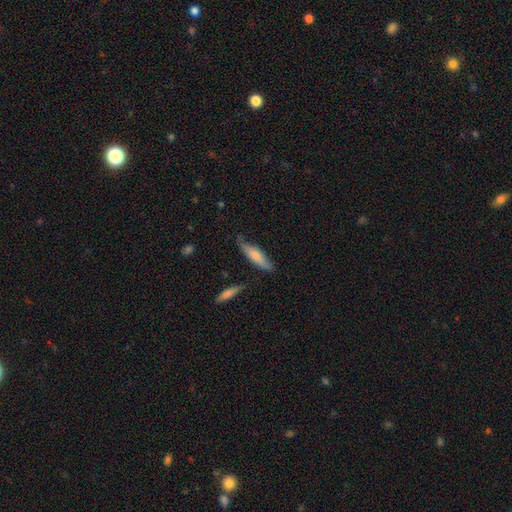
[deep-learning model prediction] Morphology: type=smooth (67%); roundness=cigar-shaped (64%); merging=none (67%).